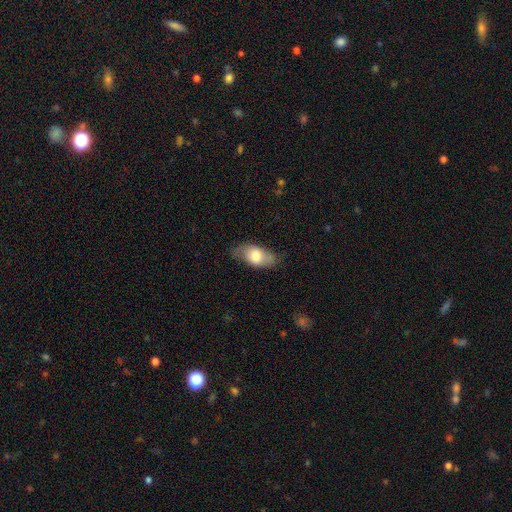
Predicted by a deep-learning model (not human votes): The model was most divided on "smooth or featured": smooth: 68%, featured or disk: 25%, star or artifact: 6%. More confident: how rounded — in between (90%); merging — none (69%).